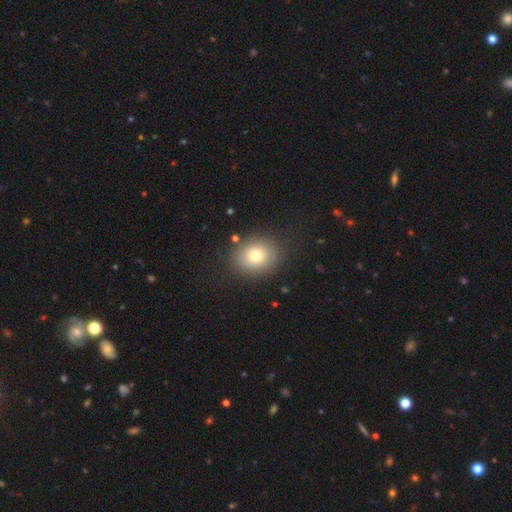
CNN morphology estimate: The model was most divided on "how rounded": round: 67%, in between: 32%, cigar-shaped: 1%. More confident: merging — none (85%); smooth or featured — smooth (77%).